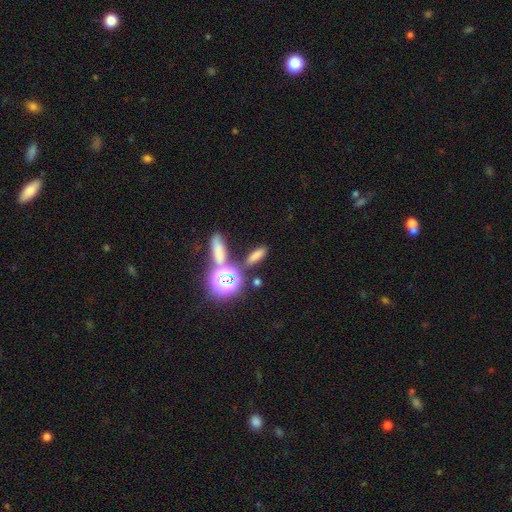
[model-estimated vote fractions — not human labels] A smooth galaxy with no disk features (68%) that is in between round and cigar-shaped (43%).

Vote fractions:
- Smooth or featured? smooth: 68% / star or artifact: 22% / featured or disk: 10%
- How rounded? in between: 43% / cigar-shaped: 39% / round: 18%
- Merging? none: 69% / merger: 16% / minor disturbance: 10% / major disturbance: 5%